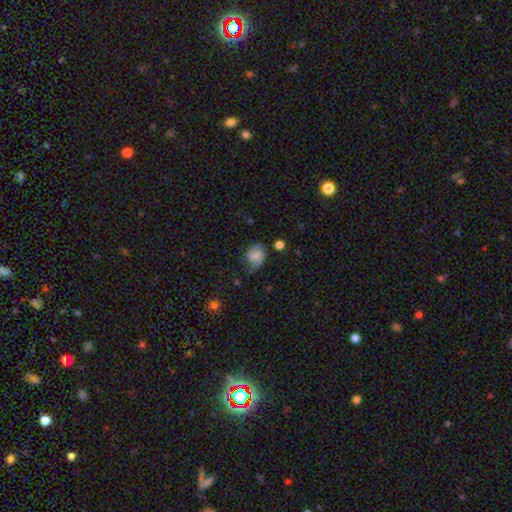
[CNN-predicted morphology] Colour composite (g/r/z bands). It shows a smooth galaxy with no disk features (63%) that is round (61%). Merging: none (57%).